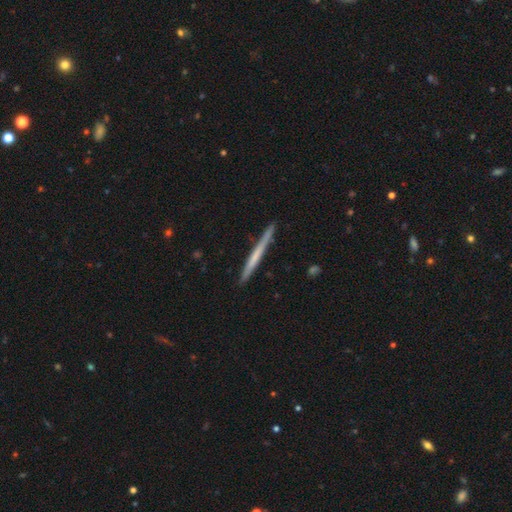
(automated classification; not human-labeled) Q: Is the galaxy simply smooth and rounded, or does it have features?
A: smooth — 49%.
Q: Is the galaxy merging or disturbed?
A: none — 89%.